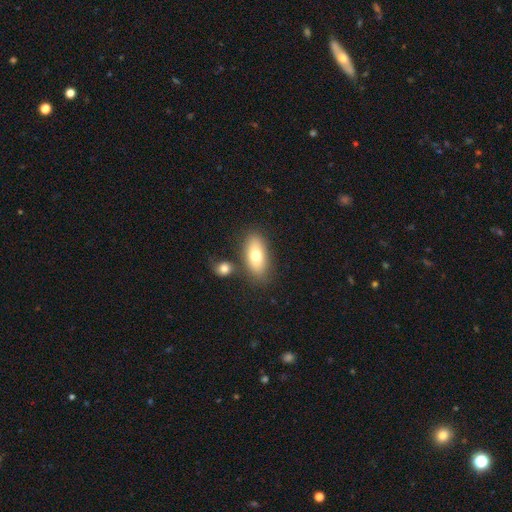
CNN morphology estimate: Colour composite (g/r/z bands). It shows a smooth galaxy with no disk features (72%) that is in between round and cigar-shaped (87%). Merging: none (72%).